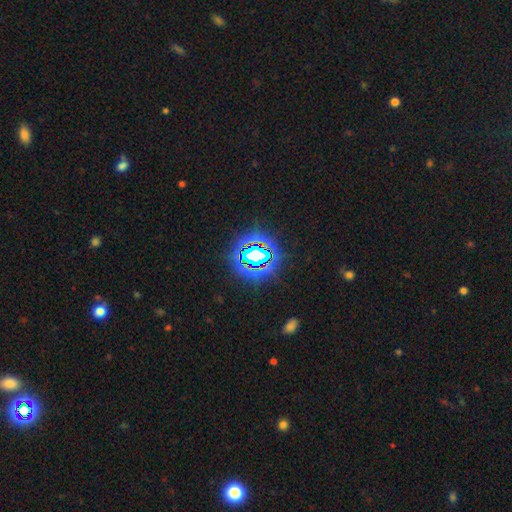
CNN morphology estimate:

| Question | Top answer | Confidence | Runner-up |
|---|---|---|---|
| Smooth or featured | star or artifact | 69% | smooth (18%) |